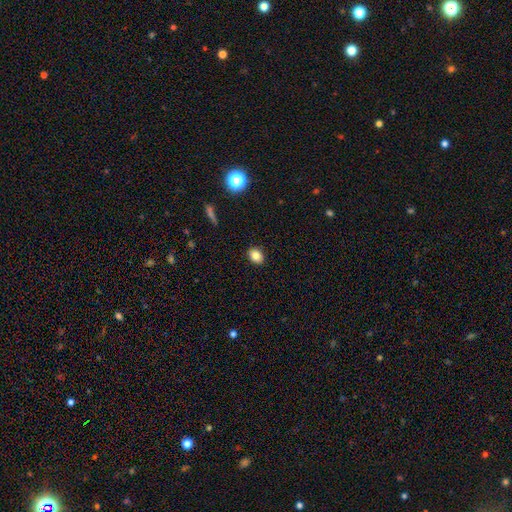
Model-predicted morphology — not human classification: A smooth galaxy with no disk features (83%) that is in between round and cigar-shaped (64%). Merging: none (89%).